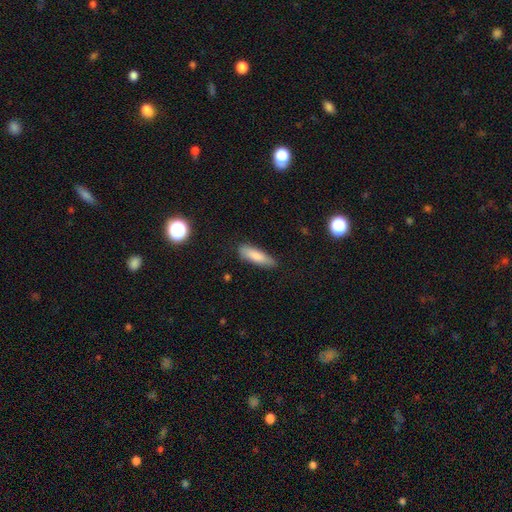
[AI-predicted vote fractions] Overall: smooth (83%). How rounded: cigar-shaped (54%; in between 44%). Merging: none (78%).